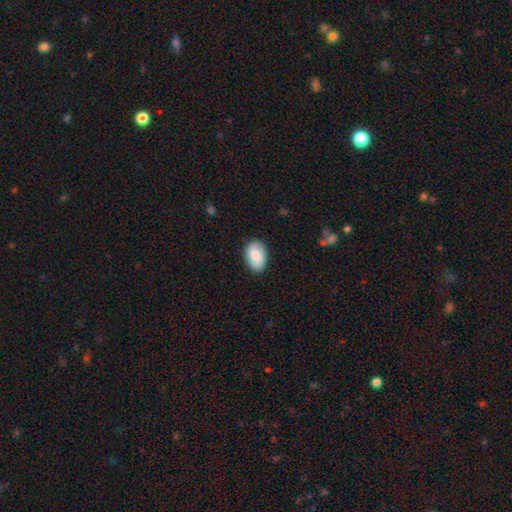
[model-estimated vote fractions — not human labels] smooth_or_featured: smooth (p=0.81) [alt: featured or disk p=0.13]
how_rounded: in between (p=0.90) [alt: round p=0.09]
merging: none (p=0.87) [alt: minor disturbance p=0.10]